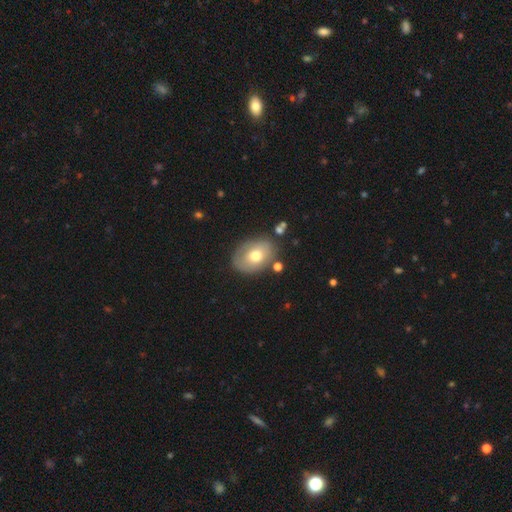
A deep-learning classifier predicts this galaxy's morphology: Q: Smooth or featured?
A: smooth (59%); runner-up: featured or disk (34%)
Q: How rounded?
A: in between (75%); runner-up: round (24%)
Q: Merging?
A: none (71%); runner-up: minor disturbance (18%)